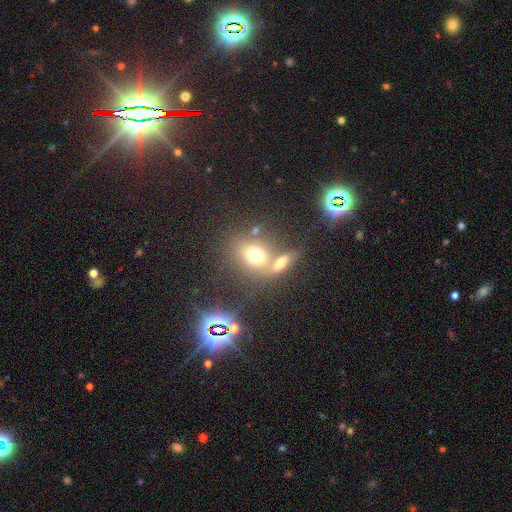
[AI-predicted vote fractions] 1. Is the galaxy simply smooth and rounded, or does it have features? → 67% smooth, 17% featured or disk, 17% star or artifact.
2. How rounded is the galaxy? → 57% in between, 40% round, 3% cigar-shaped.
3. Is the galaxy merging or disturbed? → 44% none, 41% merger, 9% minor disturbance, 5% major disturbance.